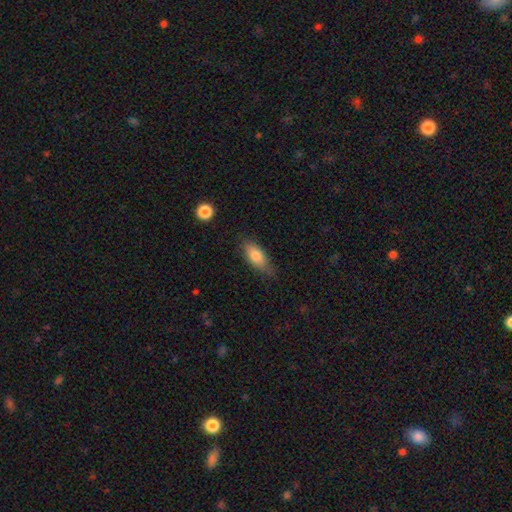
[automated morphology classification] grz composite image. It shows a smooth galaxy with no disk features (76%) that is in between round and cigar-shaped (77%). Merging: none (72%).